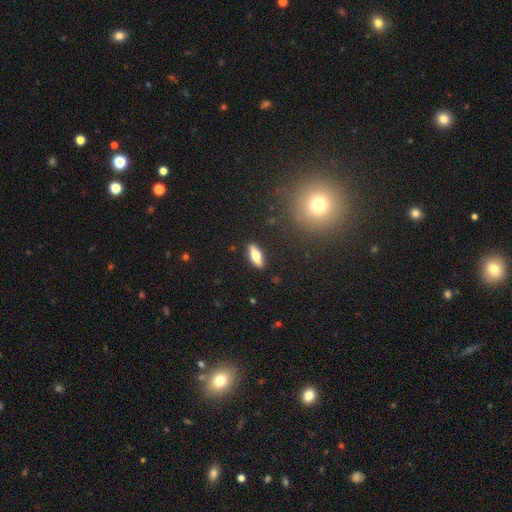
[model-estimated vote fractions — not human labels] The model was most divided on "smooth or featured": smooth: 57%, featured or disk: 36%, star or artifact: 7%. More confident: merging — none (89%); how rounded — in between (60%).